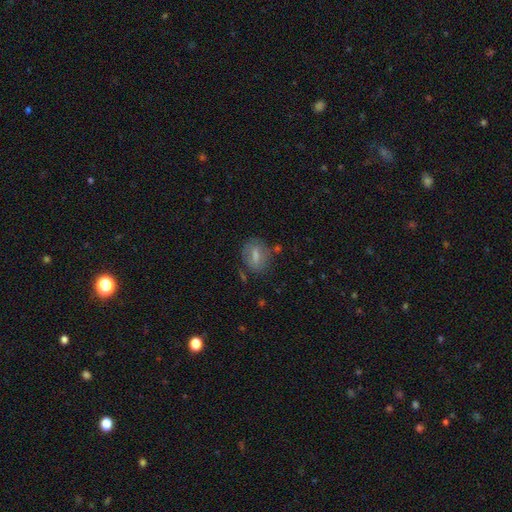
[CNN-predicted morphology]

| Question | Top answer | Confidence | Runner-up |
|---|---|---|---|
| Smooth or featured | smooth | 63% | featured or disk (27%) |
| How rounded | in between | 64% | round (30%) |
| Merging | none | 68% | minor disturbance (19%) |